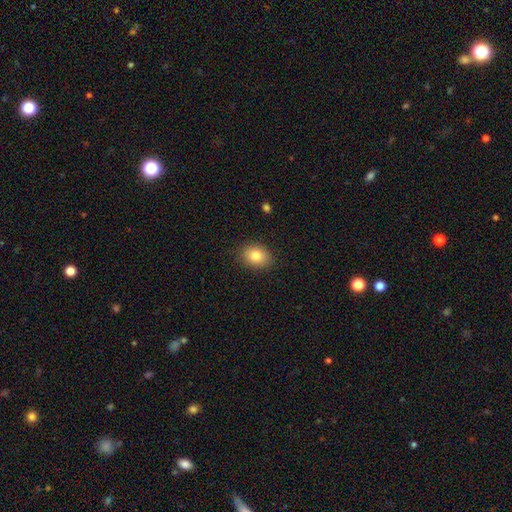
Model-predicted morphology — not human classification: Overall: smooth (81%). How rounded: in between (55%; round 44%). Merging: none (88%).